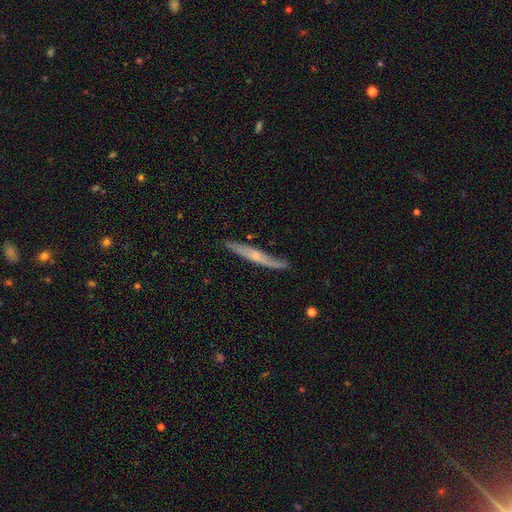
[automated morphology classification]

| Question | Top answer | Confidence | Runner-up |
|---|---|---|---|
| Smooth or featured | featured or disk | 65% | smooth (29%) |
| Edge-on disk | yes | 79% | no (21%) |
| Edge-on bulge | rounded | 59% | none (36%) |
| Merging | none | 71% | minor disturbance (22%) |